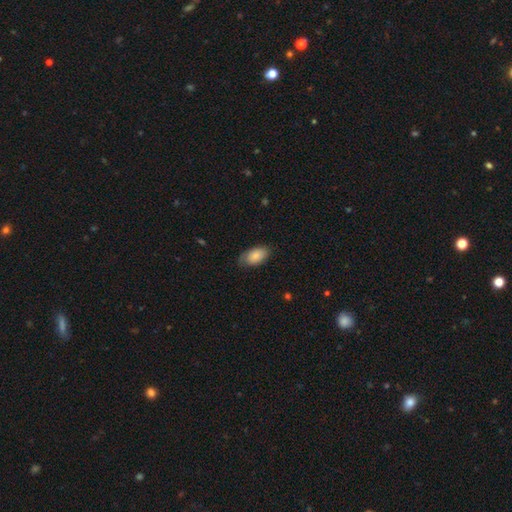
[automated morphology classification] smooth-or-featured: smooth: 78% | featured or disk: 15% | star or artifact: 6%
  how-rounded: in between: 94% | round: 4% | cigar-shaped: 2%
  merging: none: 69% | minor disturbance: 25% | major disturbance: 5% | merger: 1%